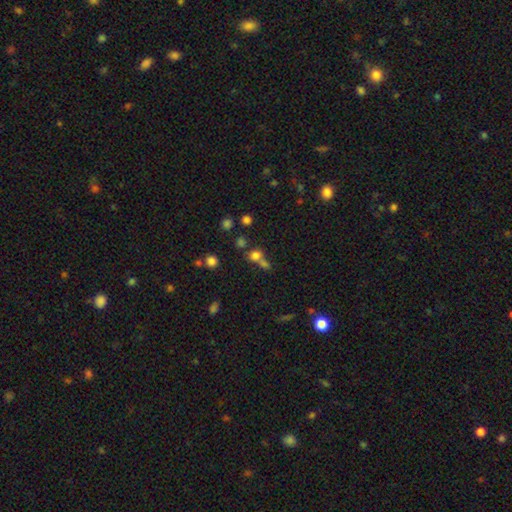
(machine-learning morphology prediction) A smooth galaxy with no disk features (71%) that is round (75%).

Vote fractions:
- Smooth or featured? smooth: 71% / star or artifact: 19% / featured or disk: 10%
- How rounded? round: 75% / in between: 23% / cigar-shaped: 2%
- Merging? none: 44% / merger: 43% / minor disturbance: 8% / major disturbance: 5%